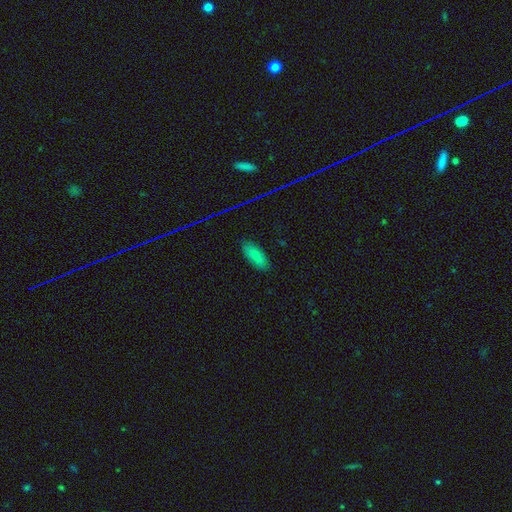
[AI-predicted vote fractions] Smooth or featured: smooth — 80% (star or artifact — 11%)
How rounded: in between — 79% (cigar-shaped — 19%)
Merging: none — 85% (minor disturbance — 12%)